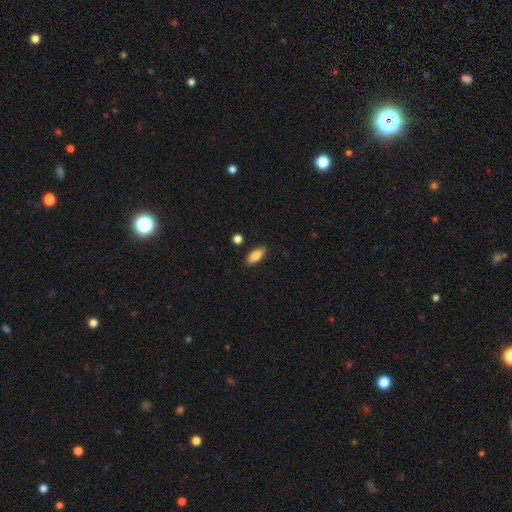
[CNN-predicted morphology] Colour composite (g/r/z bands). It shows a smooth galaxy with no disk features (82%) that is in between round and cigar-shaped (80%). Merging: none (86%).